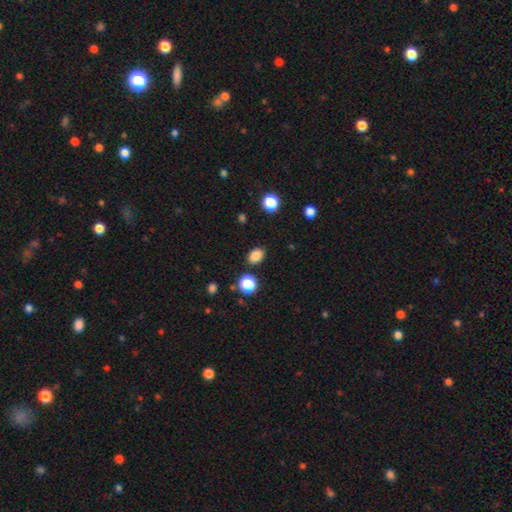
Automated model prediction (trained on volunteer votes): Q: Smooth or featured?
A: smooth (84%); runner-up: star or artifact (12%)
Q: How rounded?
A: in between (64%); runner-up: round (35%)
Q: Merging?
A: none (84%); runner-up: minor disturbance (9%)